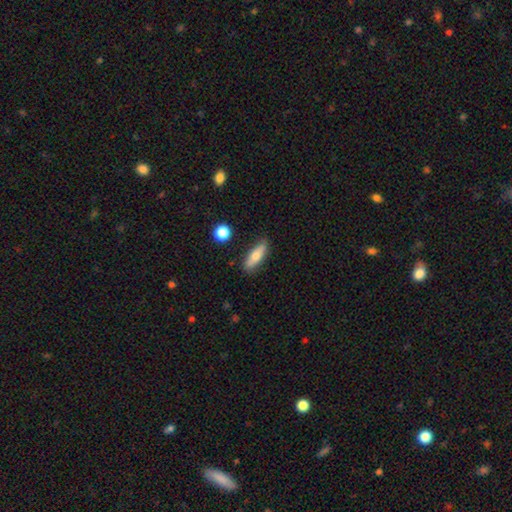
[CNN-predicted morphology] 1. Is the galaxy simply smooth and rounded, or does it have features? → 69% smooth, 24% featured or disk, 7% star or artifact.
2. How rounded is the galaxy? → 49% cigar-shaped, 48% in between, 3% round.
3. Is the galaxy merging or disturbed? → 82% none, 13% minor disturbance, 2% major disturbance, 2% merger.